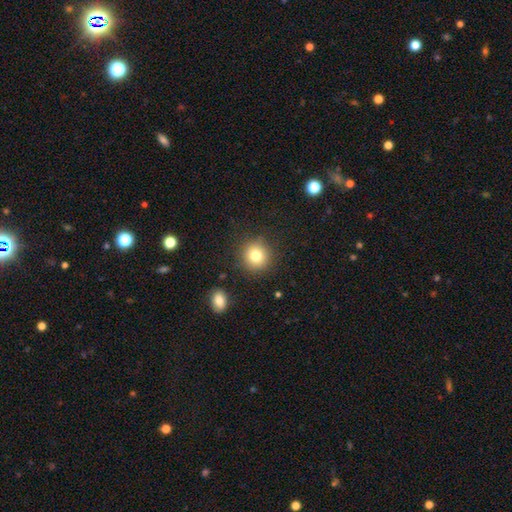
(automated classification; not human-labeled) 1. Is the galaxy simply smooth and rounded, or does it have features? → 80% smooth, 11% star or artifact, 9% featured or disk.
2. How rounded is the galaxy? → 91% round, 8% in between, 1% cigar-shaped.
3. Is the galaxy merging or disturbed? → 87% none, 8% minor disturbance, 3% major disturbance, 2% merger.